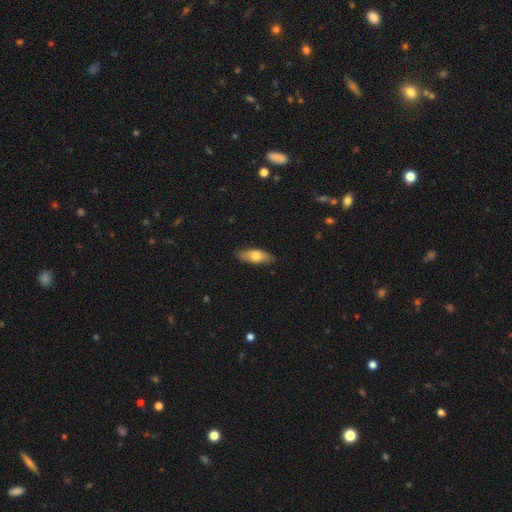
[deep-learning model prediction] Morphology: type=smooth (68%); roundness=in between (73%); merging=none (85%).